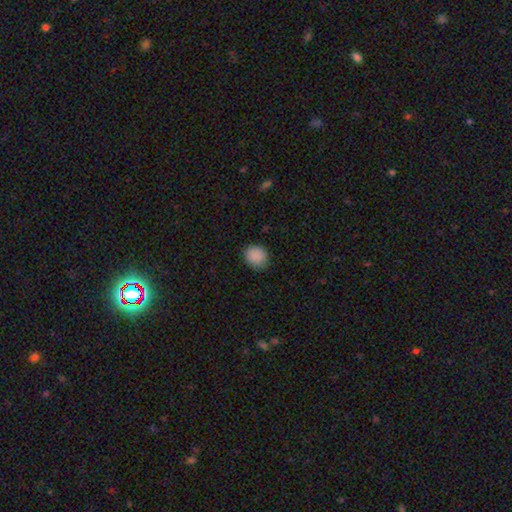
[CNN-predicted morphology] Smooth or featured?
  - smooth: 88% *
  - star or artifact: 9%
  - featured or disk: 3%
How rounded?
  - round: 71% *
  - in between: 28%
  - cigar-shaped: 1%
Merging?
  - none: 83% *
  - minor disturbance: 13%
  - major disturbance: 3%
  - merger: 1%